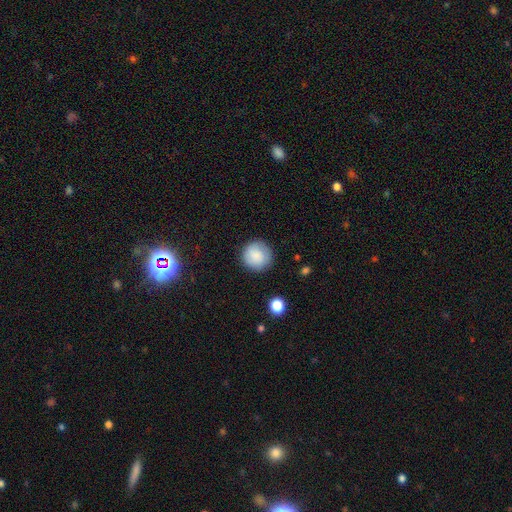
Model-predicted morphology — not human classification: The model was most divided on "smooth or featured": smooth: 84%, featured or disk: 8%, star or artifact: 8%. More confident: how rounded — round (95%); merging — none (86%).